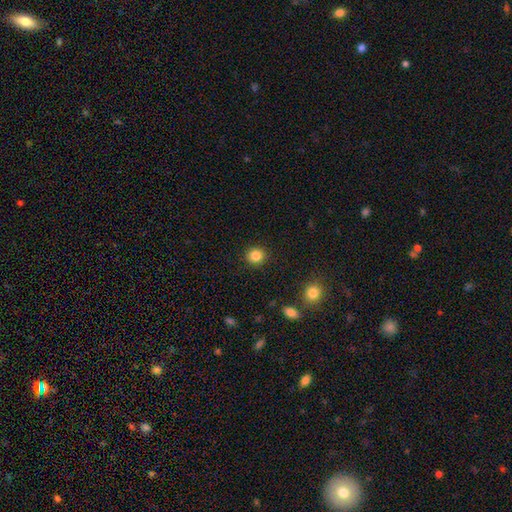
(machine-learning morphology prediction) Q: Smooth or featured?
A: smooth (85%); runner-up: star or artifact (10%)
Q: How rounded?
A: round (88%); runner-up: in between (11%)
Q: Merging?
A: none (91%); runner-up: minor disturbance (6%)